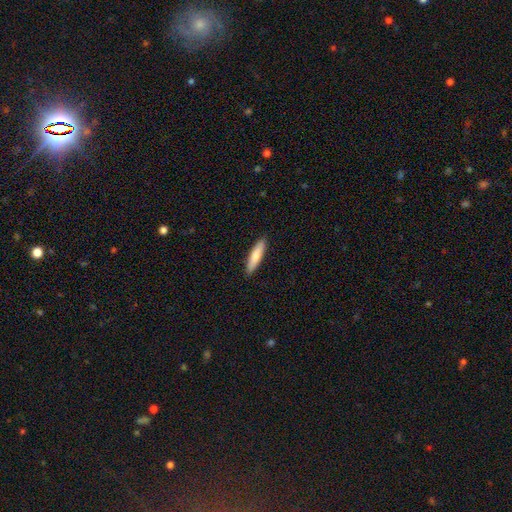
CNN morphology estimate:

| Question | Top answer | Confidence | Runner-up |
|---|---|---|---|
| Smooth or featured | smooth | 79% | featured or disk (15%) |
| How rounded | cigar-shaped | 78% | in between (20%) |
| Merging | none | 91% | minor disturbance (7%) |